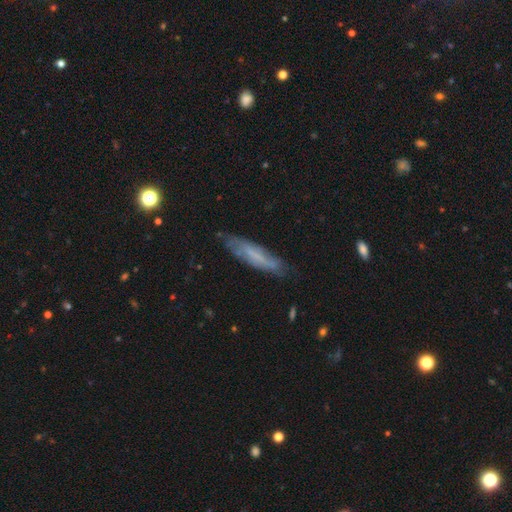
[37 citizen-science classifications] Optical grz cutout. It shows a featured or disk galaxy (49%) viewed edge-on (83%) with no central bulge (73%). Merging: none (86%).